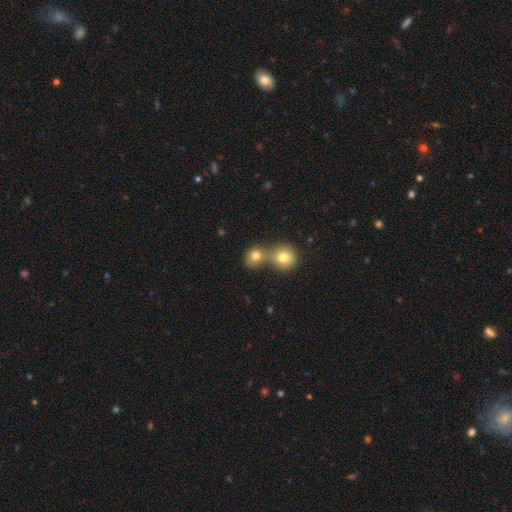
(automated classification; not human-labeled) This appears to be a smooth galaxy with no disk features (77%) that is round (81%). Merging: merger (62%).